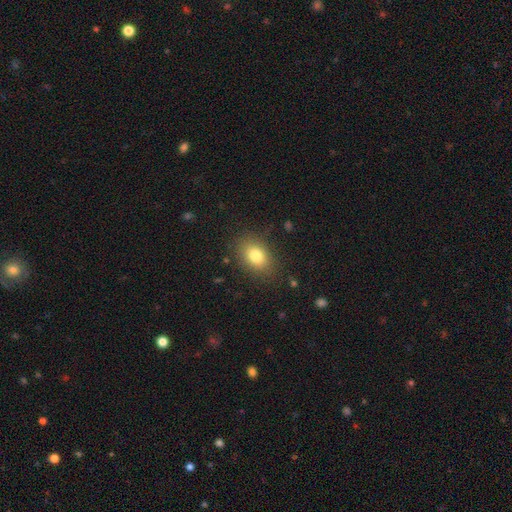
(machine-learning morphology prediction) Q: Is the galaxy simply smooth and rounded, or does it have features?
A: smooth — 80%.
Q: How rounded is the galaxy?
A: in between — 77%.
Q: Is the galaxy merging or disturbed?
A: none — 84%.